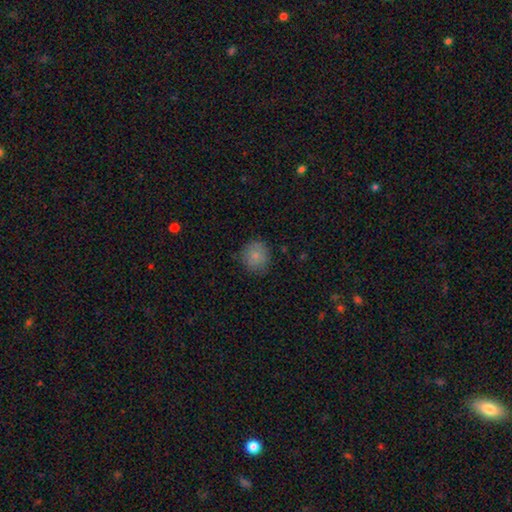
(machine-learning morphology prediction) Smooth or featured? smooth (83%)
How rounded? round (88%)
Merging? none (80%)